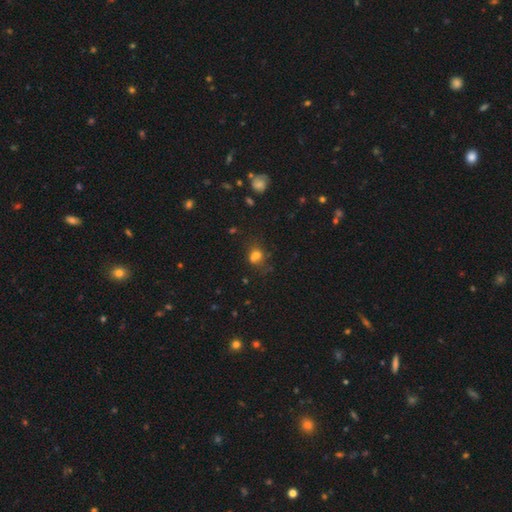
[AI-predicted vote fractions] Morphology: type=smooth (69%); roundness=round (64%); merging=none (41%).